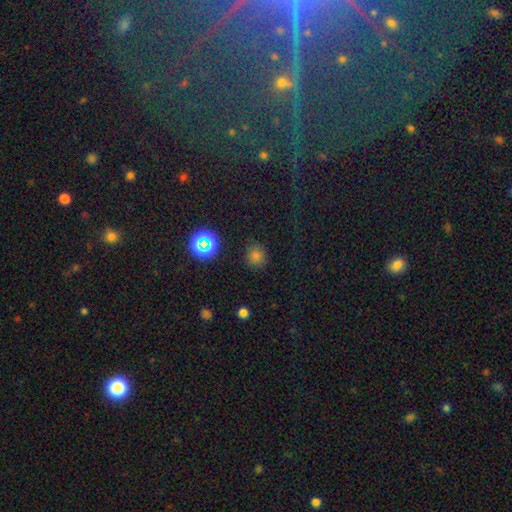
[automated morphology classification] Smooth or featured?
  - smooth: 72% *
  - star or artifact: 22%
  - featured or disk: 6%
How rounded?
  - round: 86% *
  - in between: 13%
  - cigar-shaped: 1%
Merging?
  - none: 86% *
  - minor disturbance: 9%
  - major disturbance: 3%
  - merger: 2%